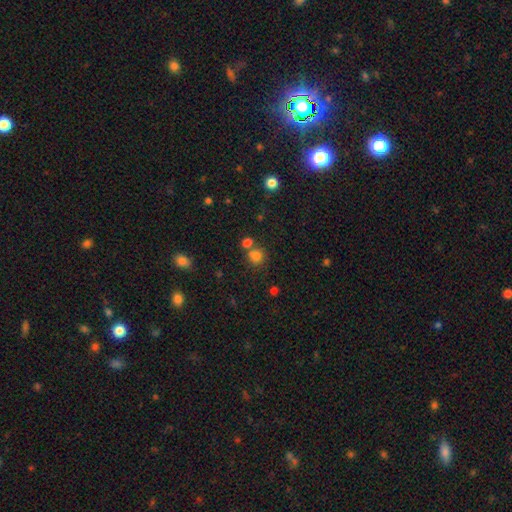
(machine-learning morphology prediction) Smooth or featured?
  - smooth: 78% *
  - star or artifact: 15%
  - featured or disk: 6%
How rounded?
  - round: 85% *
  - in between: 14%
  - cigar-shaped: 1%
Merging?
  - none: 62% *
  - merger: 24%
  - minor disturbance: 10%
  - major disturbance: 4%